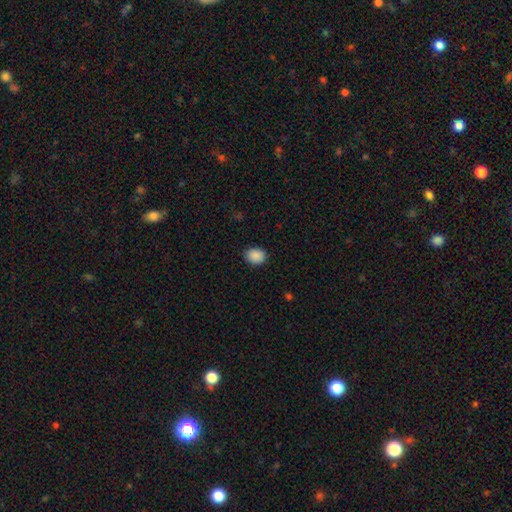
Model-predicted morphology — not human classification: Smooth or featured?
  - smooth: 89% *
  - star or artifact: 8%
  - featured or disk: 3%
How rounded?
  - round: 50% *
  - in between: 49%
  - cigar-shaped: 1%
Merging?
  - none: 86% *
  - minor disturbance: 11%
  - major disturbance: 2%
  - merger: 1%